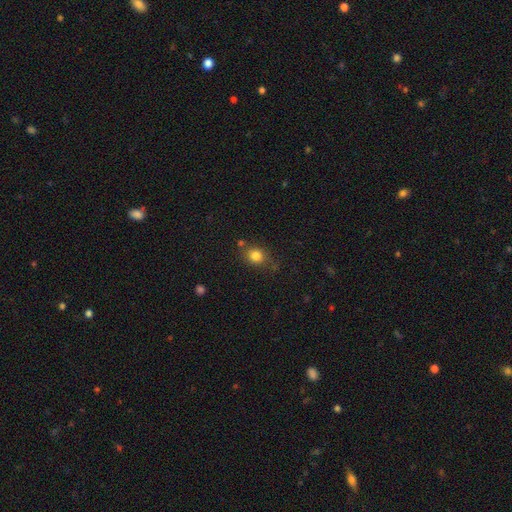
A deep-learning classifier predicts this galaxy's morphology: This appears to be a smooth galaxy with no disk features (82%) that is round (71%). Merging: none (75%).